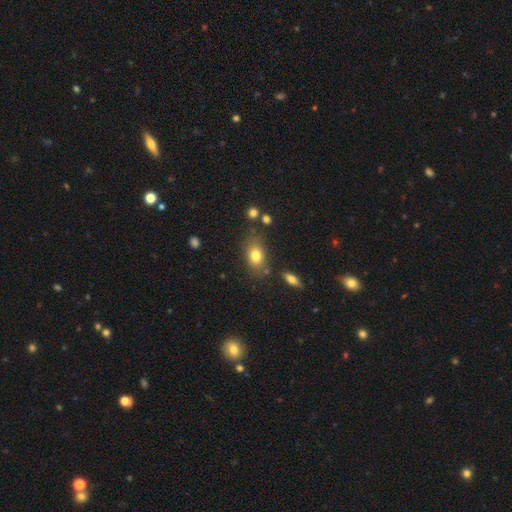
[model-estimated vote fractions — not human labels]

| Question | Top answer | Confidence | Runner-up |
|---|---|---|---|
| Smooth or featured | smooth | 78% | featured or disk (12%) |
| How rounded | in between | 77% | round (20%) |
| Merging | none | 72% | minor disturbance (16%) |